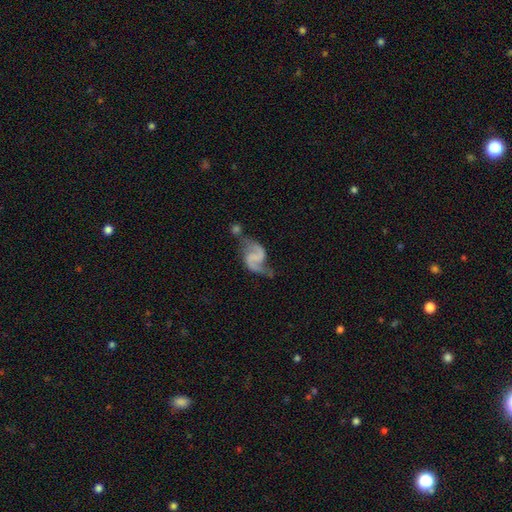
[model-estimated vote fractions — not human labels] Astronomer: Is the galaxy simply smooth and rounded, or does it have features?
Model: featured or disk — 86%.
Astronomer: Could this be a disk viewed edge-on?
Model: no — 98%.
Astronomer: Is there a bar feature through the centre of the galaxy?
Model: weak — 42% (runner-up: no, 39%).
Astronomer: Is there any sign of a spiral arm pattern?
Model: yes — 96%.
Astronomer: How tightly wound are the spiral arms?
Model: loose — 58% (runner-up: medium, 34%).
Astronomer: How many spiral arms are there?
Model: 2 — 93%.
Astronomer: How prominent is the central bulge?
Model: none — 68%.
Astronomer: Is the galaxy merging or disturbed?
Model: none — 55%.